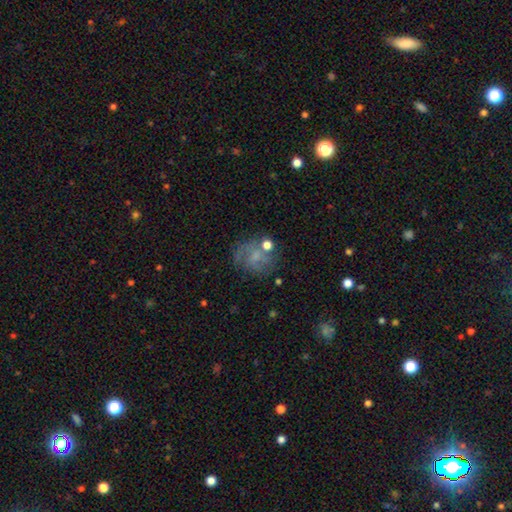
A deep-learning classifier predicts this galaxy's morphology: Smooth or featured: featured or disk — 43% (smooth — 41%)
Merging: none — 53% (minor disturbance — 21%)